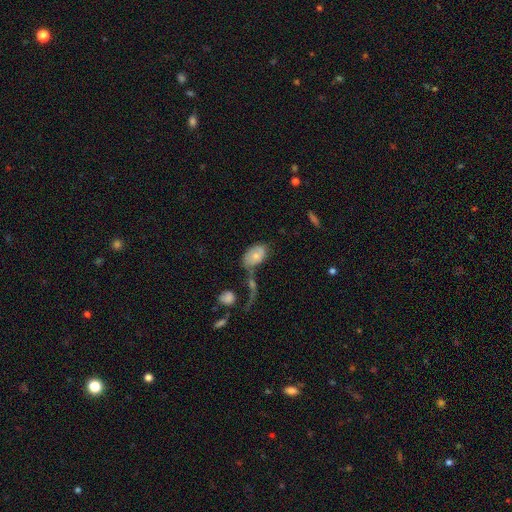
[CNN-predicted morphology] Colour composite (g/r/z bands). It shows a smooth galaxy with no disk features (66%) that is in between round and cigar-shaped (90%). Merging: none (36%).